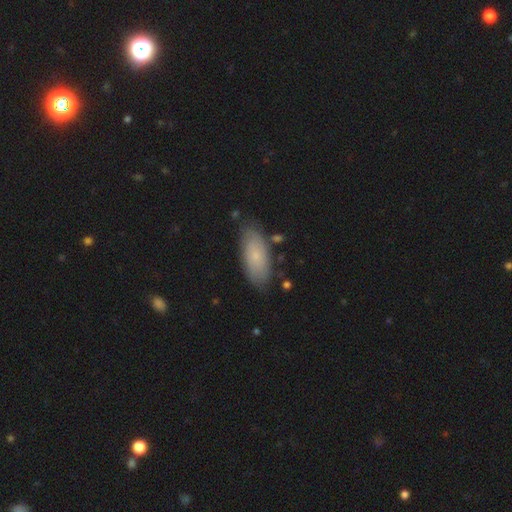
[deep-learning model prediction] This appears to be a smooth galaxy with no disk features (71%) that is in between round and cigar-shaped (86%). Merging: none (79%).